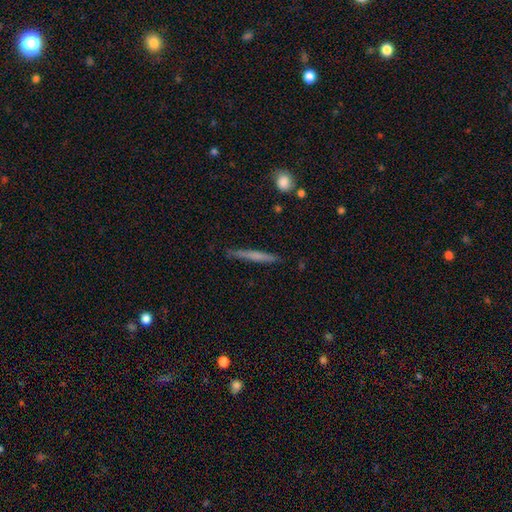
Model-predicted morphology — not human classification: Smooth or featured? smooth (56%)
How rounded? cigar-shaped (96%)
Merging? none (87%)